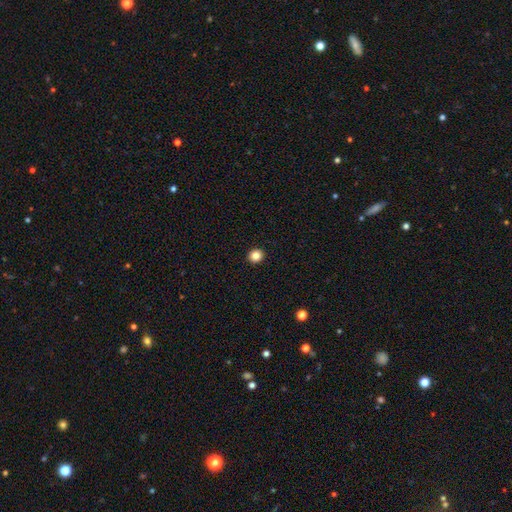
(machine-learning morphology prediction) Smooth or featured?
  - smooth: 84% *
  - star or artifact: 11%
  - featured or disk: 5%
How rounded?
  - round: 84% *
  - in between: 15%
  - cigar-shaped: 1%
Merging?
  - none: 93% *
  - minor disturbance: 4%
  - major disturbance: 1%
  - merger: 1%